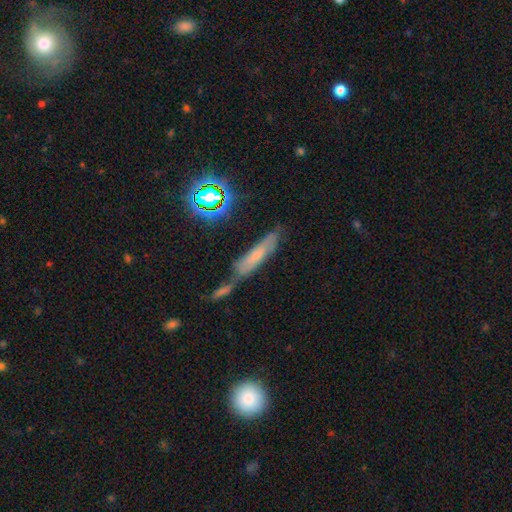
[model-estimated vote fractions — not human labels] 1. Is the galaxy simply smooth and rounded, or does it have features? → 47% smooth, 33% featured or disk, 20% star or artifact.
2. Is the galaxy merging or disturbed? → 49% none, 25% merger, 18% minor disturbance, 8% major disturbance.